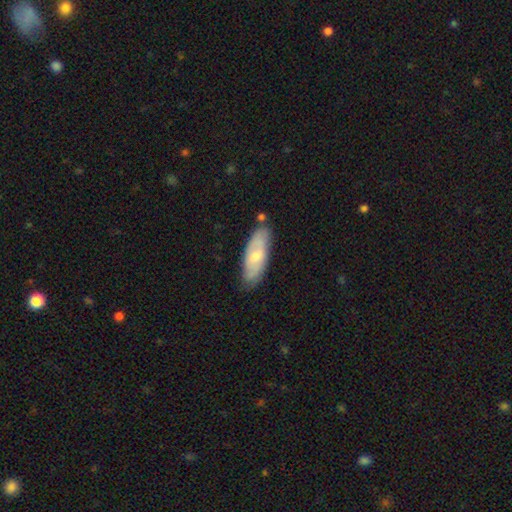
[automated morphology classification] Smooth or featured? Predicted: smooth (p=0.54). How rounded? Predicted: in between (p=0.68). Merging? Predicted: none (p=0.74).